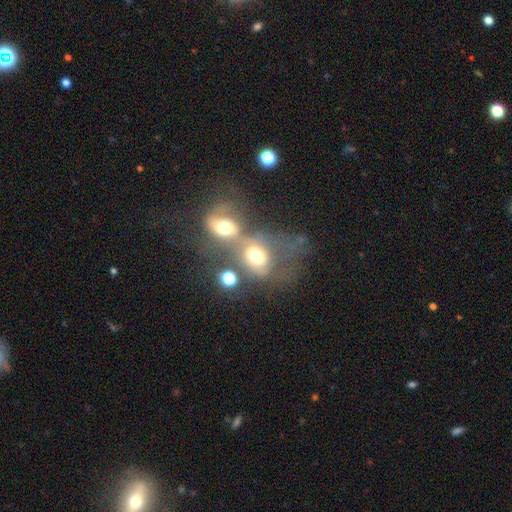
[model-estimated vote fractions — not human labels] Morphology: type=smooth (55%); roundness=in between (59%); merging=merger (65%).